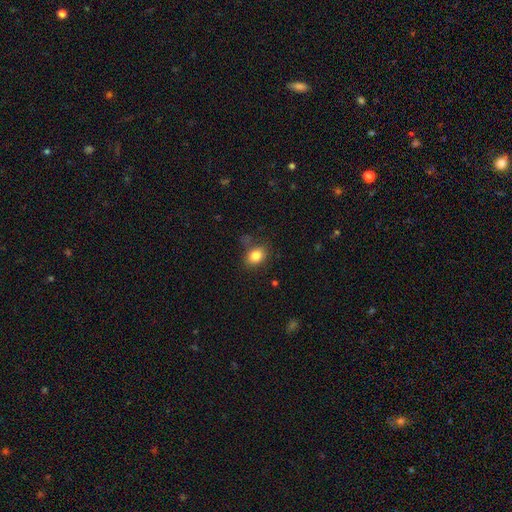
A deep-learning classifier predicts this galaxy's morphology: Q: Smooth or featured?
A: smooth (83%); runner-up: star or artifact (10%)
Q: How rounded?
A: in between (65%); runner-up: round (34%)
Q: Merging?
A: none (74%); runner-up: minor disturbance (17%)